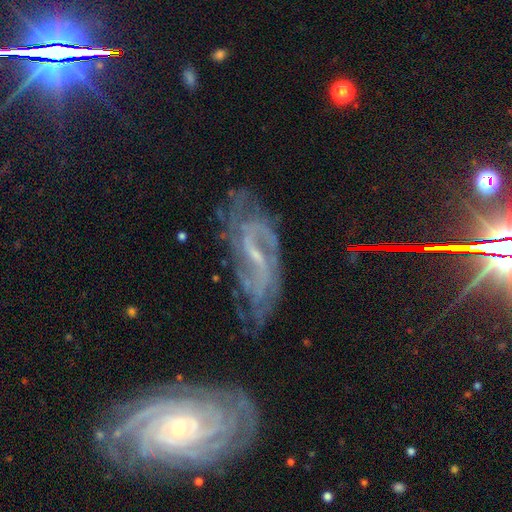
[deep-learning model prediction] The model was most divided on "spiral winding": medium: 41%, tight: 37%, loose: 21%. Remaining: spiral arms — yes (95%); edge-on disk — no (92%); smooth or featured — featured or disk (82%); bulge size — small (68%); merging — none (63%); spiral arm count — 2 (57%); bar — weak (43%).